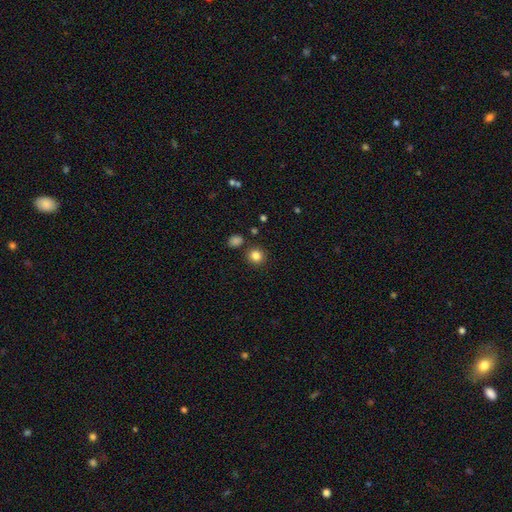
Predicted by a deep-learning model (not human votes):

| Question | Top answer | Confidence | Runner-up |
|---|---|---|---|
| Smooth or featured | smooth | 84% | star or artifact (11%) |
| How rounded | round | 90% | in between (9%) |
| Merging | none | 85% | minor disturbance (7%) |